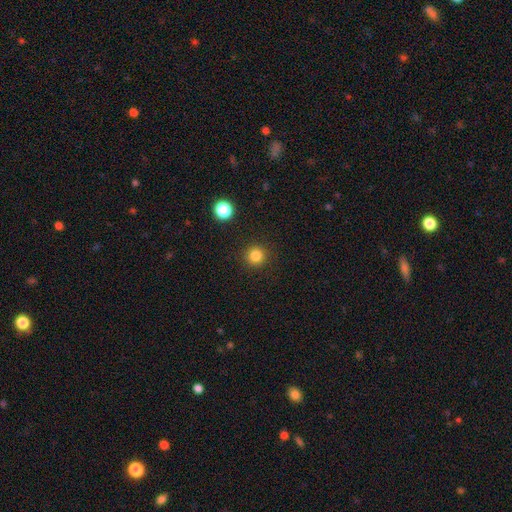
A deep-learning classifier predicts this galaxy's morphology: Overall: smooth (83%). How rounded: round (95%). Merging: none (92%).